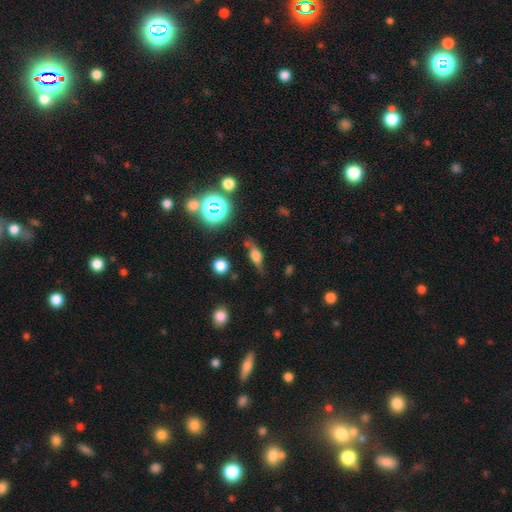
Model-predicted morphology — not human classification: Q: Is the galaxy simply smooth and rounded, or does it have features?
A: smooth — 45%.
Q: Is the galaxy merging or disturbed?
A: none — 66%.